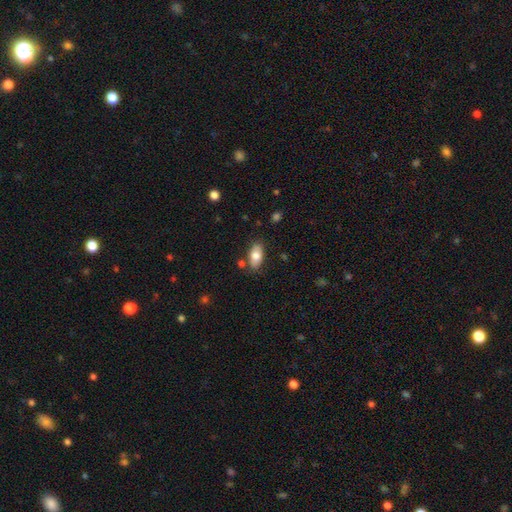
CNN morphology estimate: Q: Smooth or featured?
A: smooth (76%); runner-up: featured or disk (17%)
Q: How rounded?
A: in between (91%); runner-up: cigar-shaped (5%)
Q: Merging?
A: none (79%); runner-up: minor disturbance (13%)